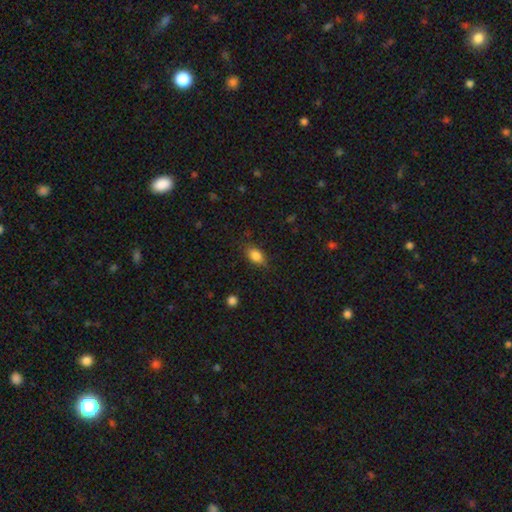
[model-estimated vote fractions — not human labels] A smooth galaxy with no disk features (85%) that is in between round and cigar-shaped (87%).

Vote fractions:
- Smooth or featured? smooth: 85% / star or artifact: 9% / featured or disk: 6%
- How rounded? in between: 87% / round: 9% / cigar-shaped: 4%
- Merging? none: 82% / minor disturbance: 14% / major disturbance: 3% / merger: 1%